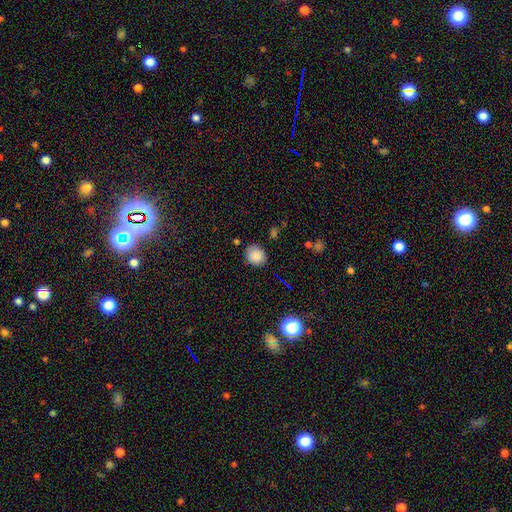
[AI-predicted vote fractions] The model was most divided on "how rounded": round: 71%, in between: 28%, cigar-shaped: 1%. More confident: smooth or featured — smooth (85%); merging — none (82%).